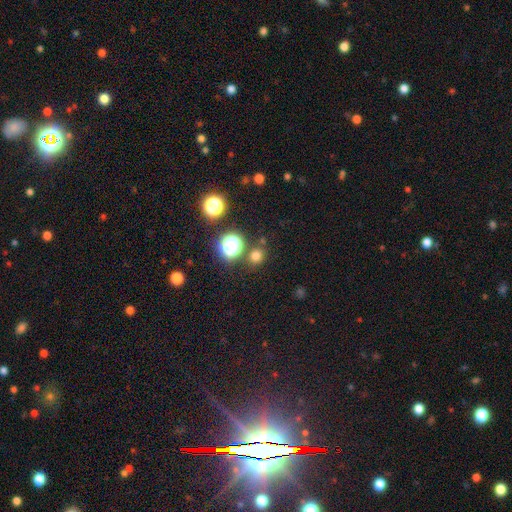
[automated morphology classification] A smooth galaxy with no disk features (71%) that is round (82%).

Vote fractions:
- Smooth or featured? smooth: 71% / star or artifact: 24% / featured or disk: 6%
- How rounded? round: 82% / in between: 17% / cigar-shaped: 1%
- Merging? none: 82% / minor disturbance: 8% / merger: 7% / major disturbance: 3%